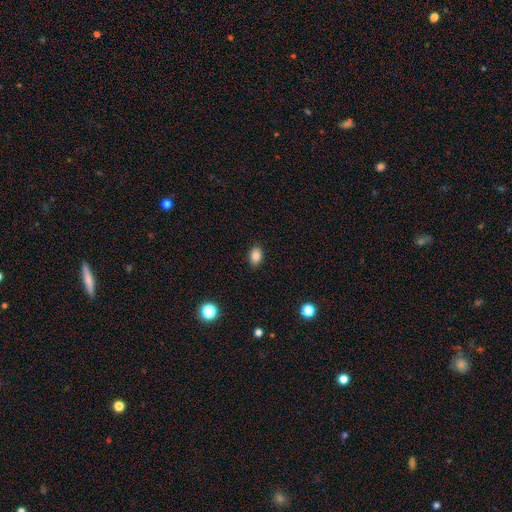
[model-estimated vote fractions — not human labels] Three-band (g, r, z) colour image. It shows a smooth galaxy with no disk features (84%) that is in between round and cigar-shaped (76%). Merging: none (87%).